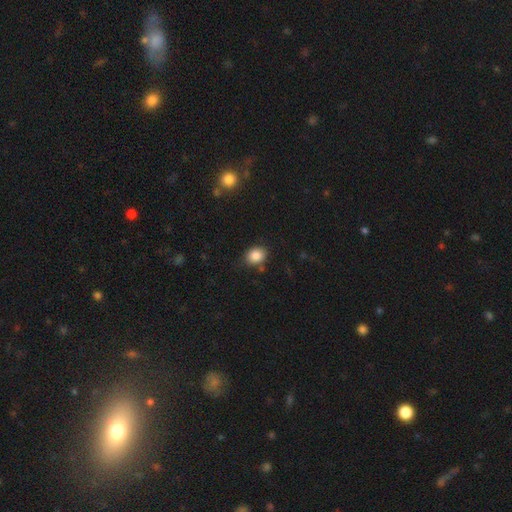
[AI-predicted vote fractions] This appears to be a smooth galaxy with no disk features (86%) that is in between round and cigar-shaped (55%). Merging: none (79%).